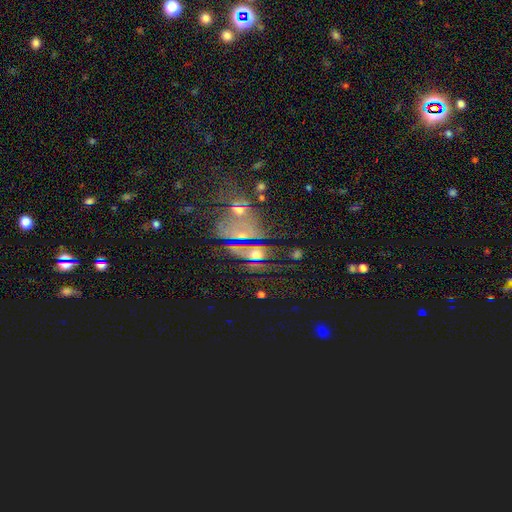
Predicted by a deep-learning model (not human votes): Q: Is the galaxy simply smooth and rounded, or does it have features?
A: star or artifact — 43%.